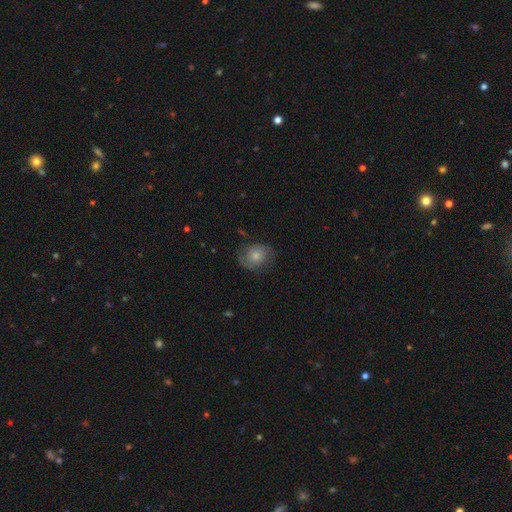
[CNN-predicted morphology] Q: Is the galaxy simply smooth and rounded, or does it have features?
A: smooth — 57%.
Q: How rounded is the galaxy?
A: round — 58%.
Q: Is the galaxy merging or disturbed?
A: none — 71%.